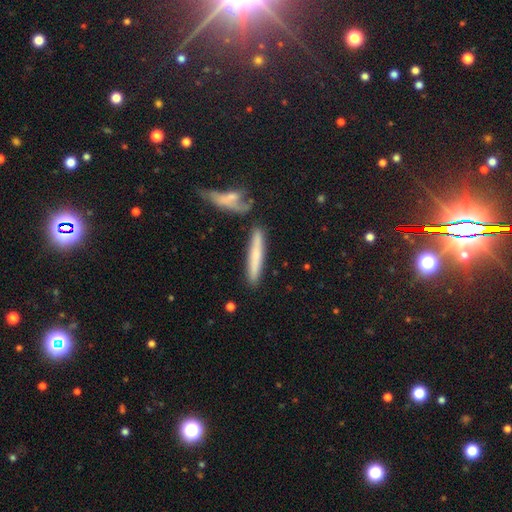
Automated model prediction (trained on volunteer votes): A smooth galaxy with no disk features (61%) that is cigar-shaped (93%).

Vote fractions:
- Smooth or featured? smooth: 61% / featured or disk: 32% / star or artifact: 7%
- How rounded? cigar-shaped: 93% / in between: 6% / round: 2%
- Merging? none: 79% / minor disturbance: 10% / merger: 8% / major disturbance: 3%